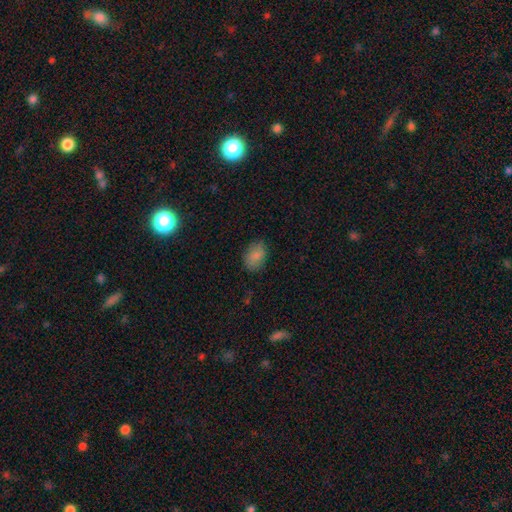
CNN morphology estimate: The model was most divided on "how rounded": in between: 80%, round: 19%, cigar-shaped: 1%. More confident: smooth or featured — smooth (86%); merging — none (80%).